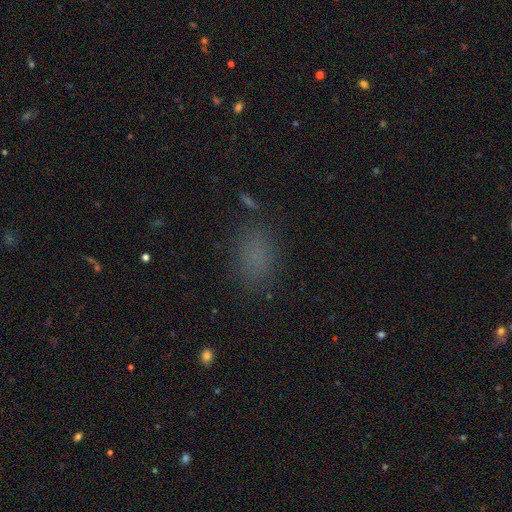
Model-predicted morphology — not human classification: A smooth galaxy with no disk features (76%) that is in between round and cigar-shaped (78%). Merging: none (81%).